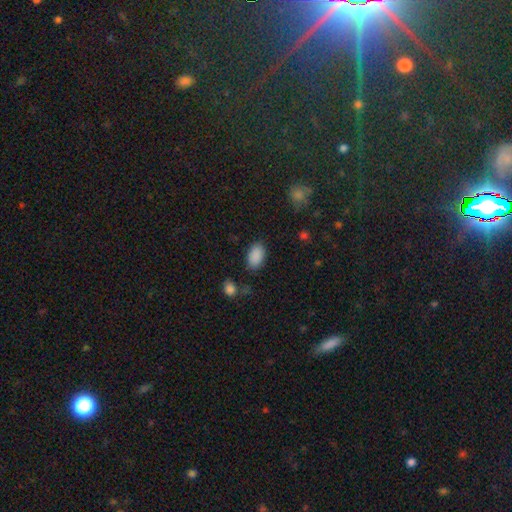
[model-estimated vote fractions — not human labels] smooth_or_featured: smooth (p=0.89) [alt: star or artifact p=0.08]
how_rounded: in between (p=0.92) [alt: round p=0.06]
merging: none (p=0.83) [alt: minor disturbance p=0.11]